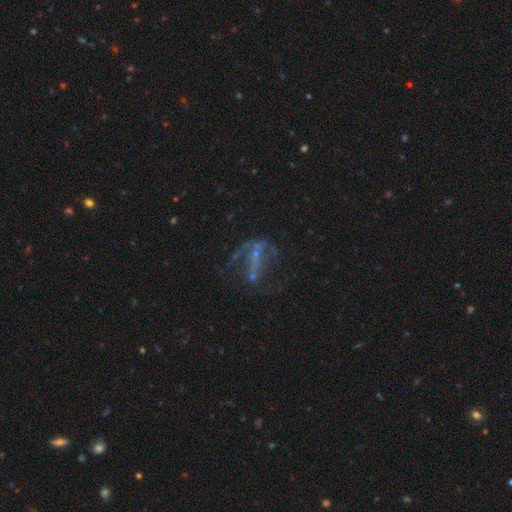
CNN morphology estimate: A featured or disk galaxy (66%) with no bar (51%), no spiral arms (57%) and a small central bulge (59%).

Vote fractions:
- Smooth or featured? featured or disk: 66% / star or artifact: 19% / smooth: 15%
- Edge-on disk? no: 94% / yes: 6%
- Bar? no: 51% / weak: 25% / strong: 24%
- Spiral arms? no: 57% / yes: 43%
- Bulge size? small: 59% / none: 29% / moderate: 9% / large: 1% / dominant: 1%
- Merging? major disturbance: 42% / none: 34% / minor disturbance: 15% / merger: 8%